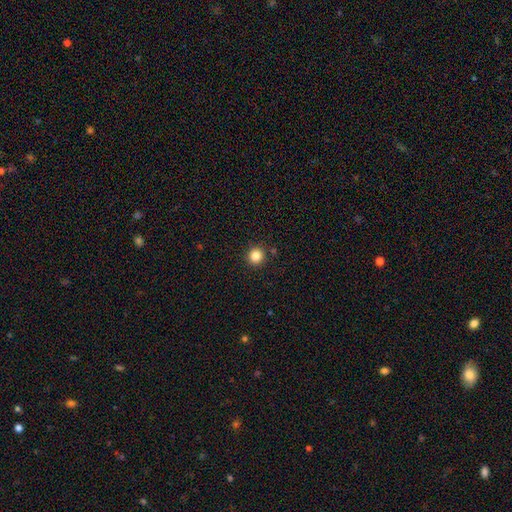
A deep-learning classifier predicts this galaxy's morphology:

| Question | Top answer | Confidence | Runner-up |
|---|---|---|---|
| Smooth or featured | smooth | 84% | star or artifact (12%) |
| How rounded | round | 94% | in between (5%) |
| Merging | none | 89% | minor disturbance (6%) |